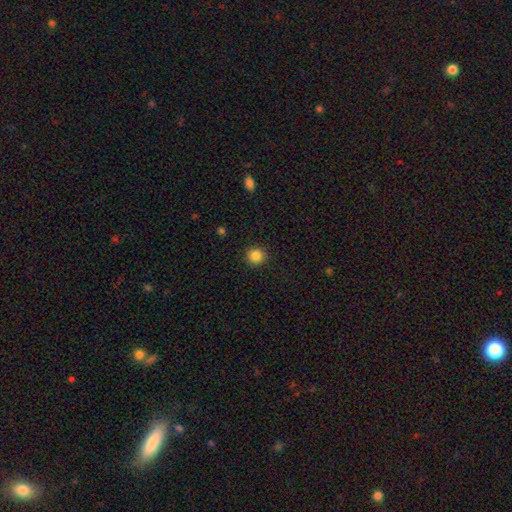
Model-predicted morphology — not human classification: Smooth or featured? Predicted: smooth (p=0.85). How rounded? Predicted: round (p=0.92). Merging? Predicted: none (p=0.91).